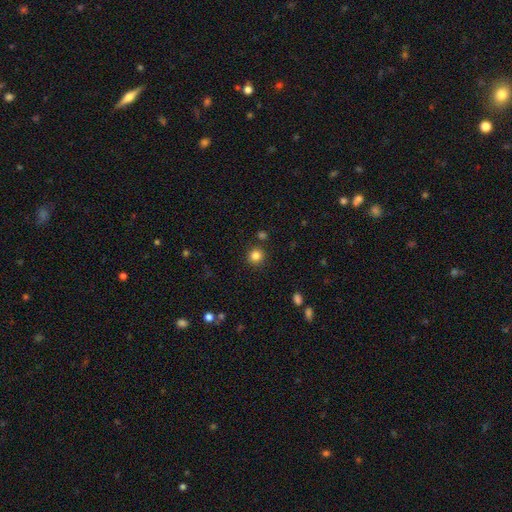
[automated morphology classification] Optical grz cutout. It shows a smooth galaxy with no disk features (83%) that is round (92%). Merging: none (87%).